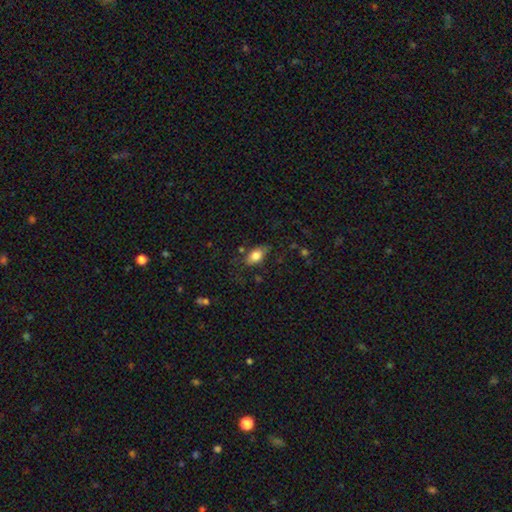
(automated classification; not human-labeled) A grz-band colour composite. It shows a smooth galaxy with no disk features (80%) that is in between round and cigar-shaped (87%). Merging: none (71%).